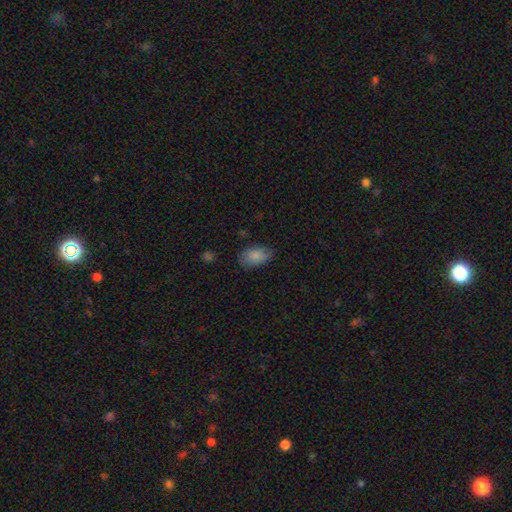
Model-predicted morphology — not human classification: Smooth or featured?
  - smooth: 85% *
  - featured or disk: 8%
  - star or artifact: 7%
How rounded?
  - in between: 92% *
  - round: 6%
  - cigar-shaped: 2%
Merging?
  - none: 80% *
  - minor disturbance: 16%
  - major disturbance: 4%
  - merger: 1%